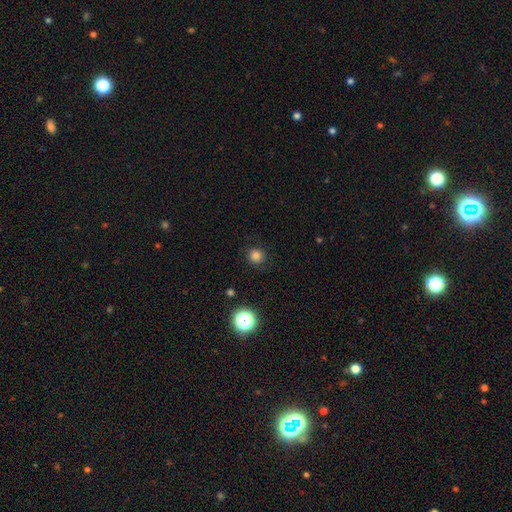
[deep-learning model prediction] Morphology: type=smooth (81%); roundness=round (93%); merging=none (88%).